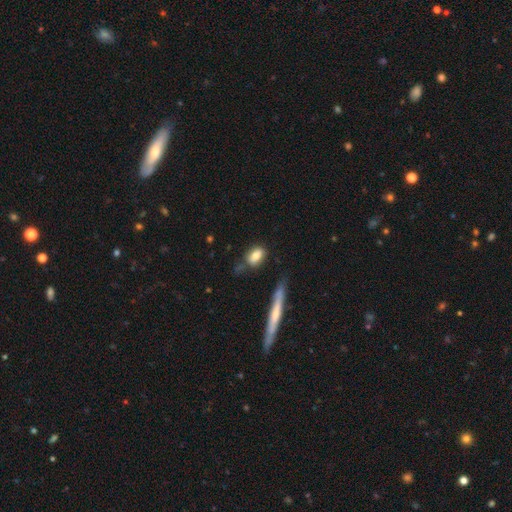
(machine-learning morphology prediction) Smooth or featured: smooth — 78% (featured or disk — 15%)
How rounded: in between — 78% (round — 13%)
Merging: none — 64% (minor disturbance — 22%)